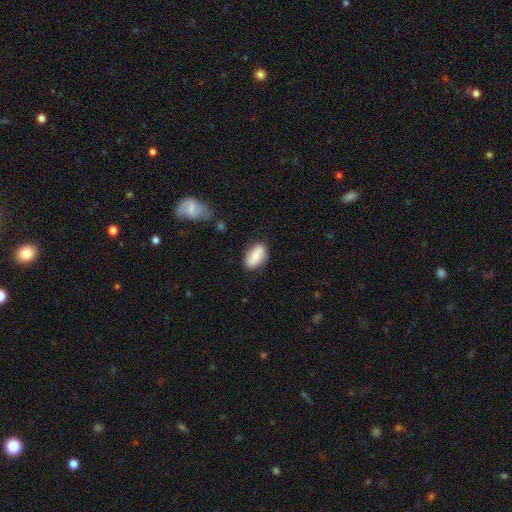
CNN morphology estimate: Q: Smooth or featured?
A: smooth (72%); runner-up: featured or disk (22%)
Q: How rounded?
A: in between (91%); runner-up: round (5%)
Q: Merging?
A: none (81%); runner-up: minor disturbance (14%)